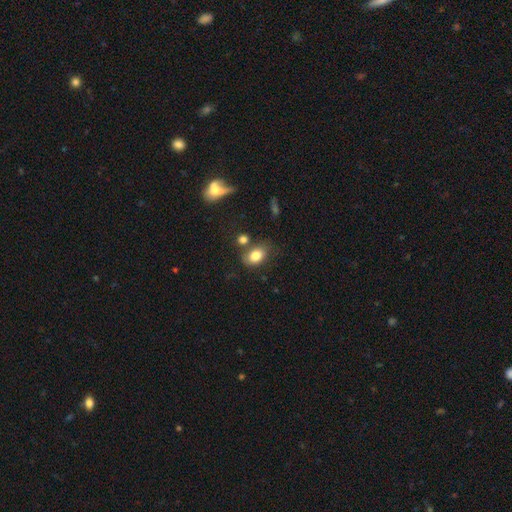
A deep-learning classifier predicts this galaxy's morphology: smooth 81%, featured or disk 10%, star or artifact 9%. Down the decision tree: how rounded — in between (79%); merging — none (61%).